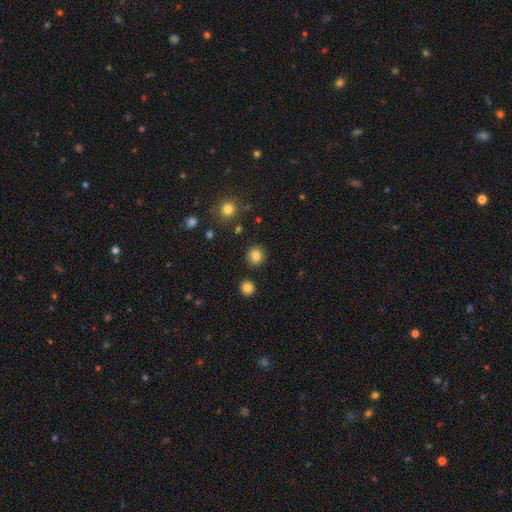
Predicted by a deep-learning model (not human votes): smooth-or-featured: smooth: 83% | star or artifact: 12% | featured or disk: 5%
  how-rounded: round: 86% | in between: 13% | cigar-shaped: 1%
  merging: none: 88% | minor disturbance: 7% | merger: 3% | major disturbance: 2%